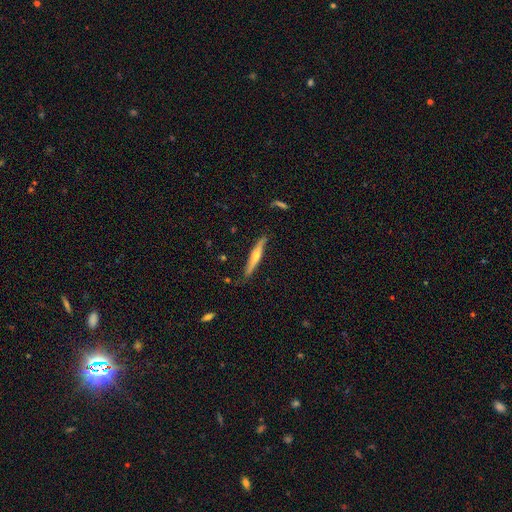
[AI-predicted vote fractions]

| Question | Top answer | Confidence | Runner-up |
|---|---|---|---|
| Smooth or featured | featured or disk | 65% | smooth (29%) |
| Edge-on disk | yes | 96% | no (4%) |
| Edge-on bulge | rounded | 85% | none (11%) |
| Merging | none | 83% | minor disturbance (13%) |